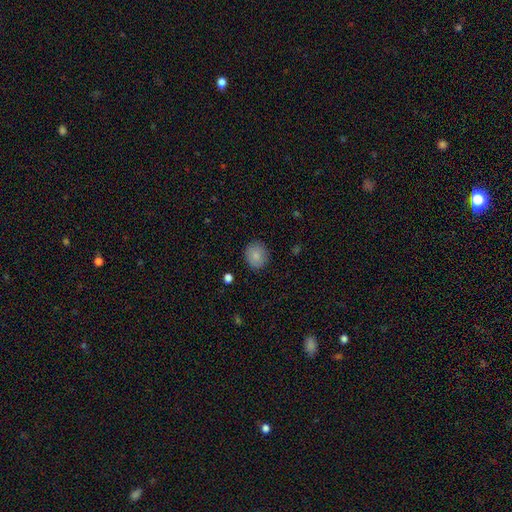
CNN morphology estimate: Smooth or featured?
  - smooth: 86% *
  - star or artifact: 8%
  - featured or disk: 7%
How rounded?
  - round: 70% *
  - in between: 29%
  - cigar-shaped: 1%
Merging?
  - none: 86% *
  - minor disturbance: 10%
  - major disturbance: 3%
  - merger: 1%